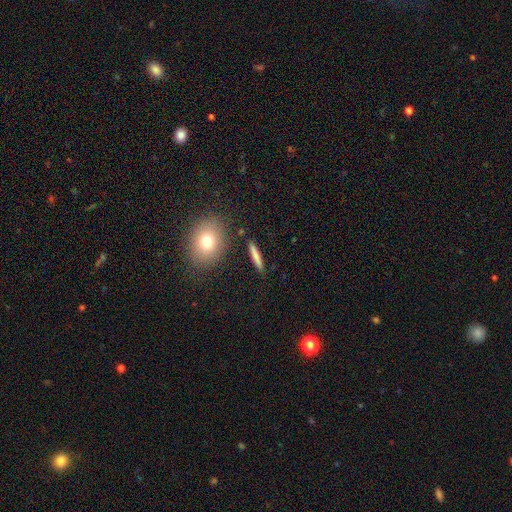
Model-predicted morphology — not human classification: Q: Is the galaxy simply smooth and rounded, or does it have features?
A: smooth — 74%.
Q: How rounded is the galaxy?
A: cigar-shaped — 87%.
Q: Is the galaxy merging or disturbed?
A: none — 88%.